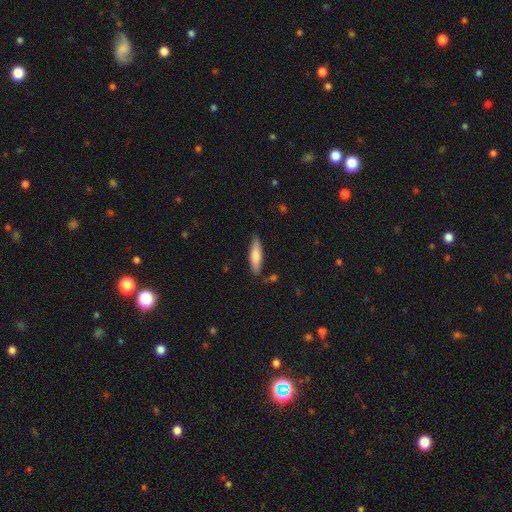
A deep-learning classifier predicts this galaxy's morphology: type=smooth (76%); roundness=cigar-shaped (60%); merging=none (80%).